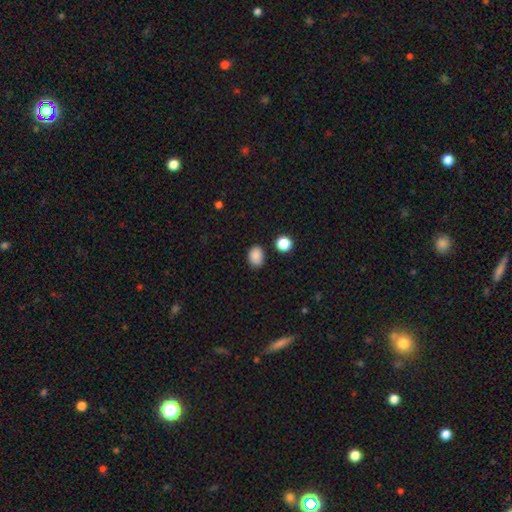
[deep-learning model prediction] This is clearly a smooth galaxy (87%). How rounded: likely in between (74%). Merging: clearly none (83%).